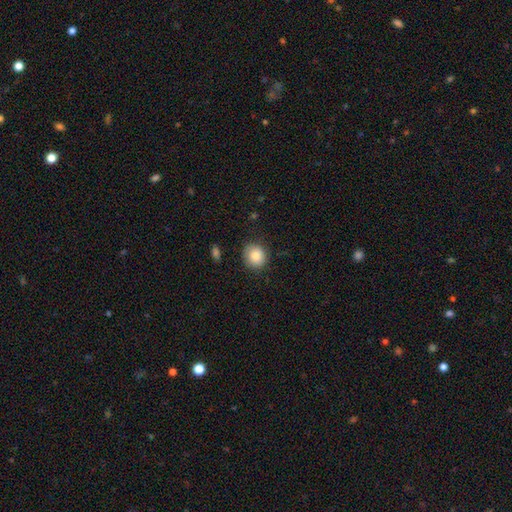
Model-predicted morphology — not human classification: type=smooth (85%); roundness=round (82%); merging=none (84%).